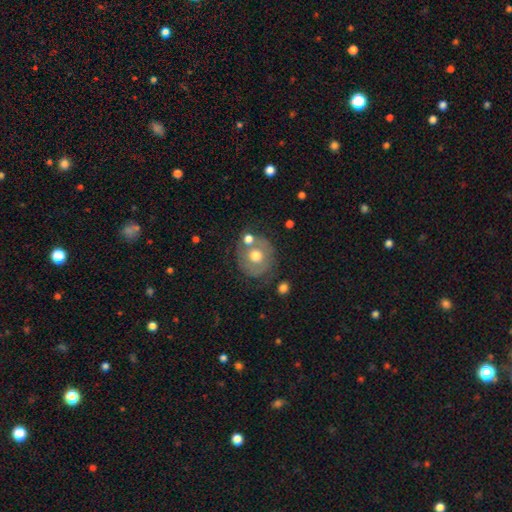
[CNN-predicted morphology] Smooth or featured? Predicted: smooth (p=0.49). Merging? Predicted: none (p=0.58).